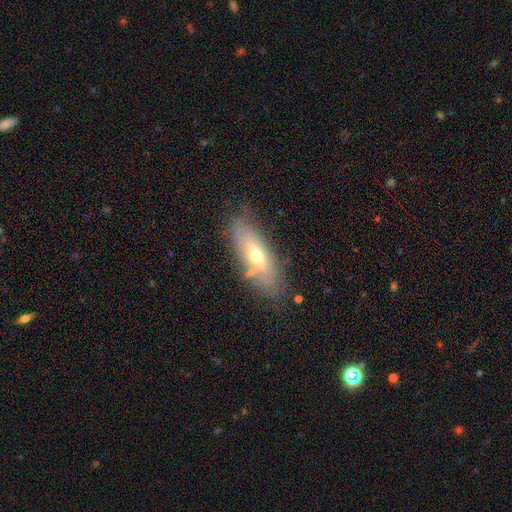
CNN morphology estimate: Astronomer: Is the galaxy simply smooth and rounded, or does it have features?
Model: featured or disk — 48% (runner-up: smooth, 45%).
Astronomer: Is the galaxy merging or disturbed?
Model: none — 70%.